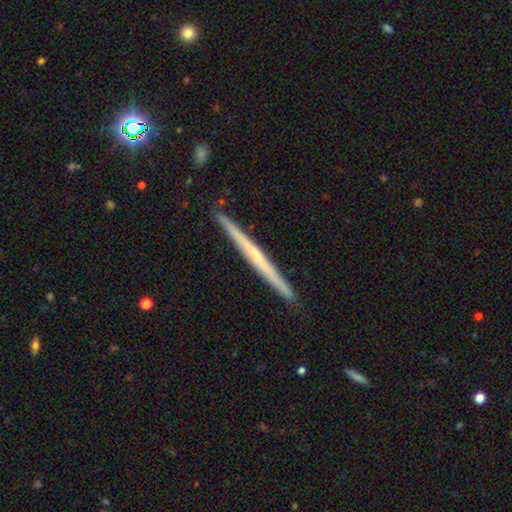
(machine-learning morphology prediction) type=featured or disk (63%); edge-on=yes (98%); edge-on bulge=none (67%); merging=none (91%).